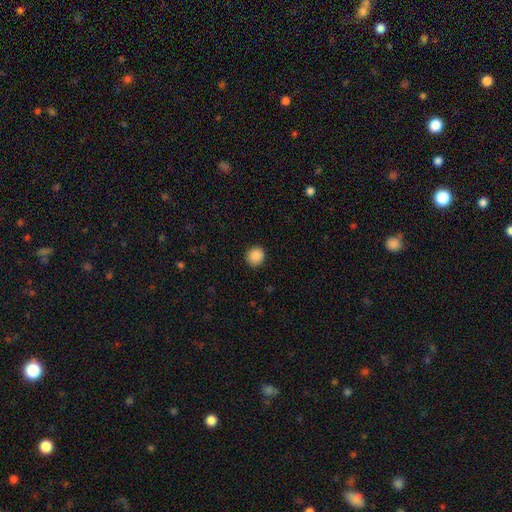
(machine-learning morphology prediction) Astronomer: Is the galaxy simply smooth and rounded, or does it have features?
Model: smooth — 89%.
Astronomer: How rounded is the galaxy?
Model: round — 86%.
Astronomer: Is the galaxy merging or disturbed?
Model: none — 91%.